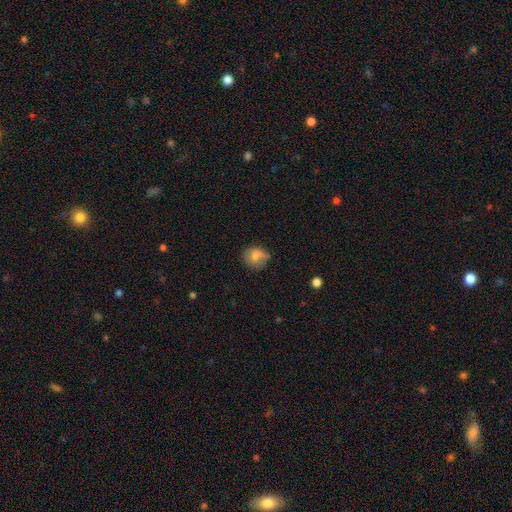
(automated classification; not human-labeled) Overall: smooth (74%). How rounded: round (72%). Merging: none (59%; minor disturbance 29%).